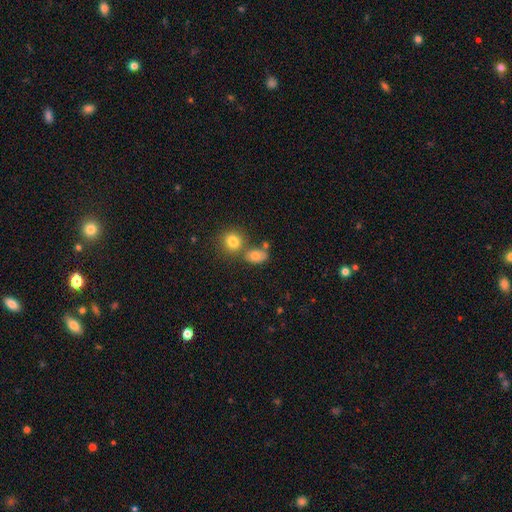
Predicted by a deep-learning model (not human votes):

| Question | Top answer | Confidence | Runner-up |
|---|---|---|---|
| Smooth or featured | smooth | 77% | star or artifact (12%) |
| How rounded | in between | 72% | round (26%) |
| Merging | none | 57% | merger (24%) |